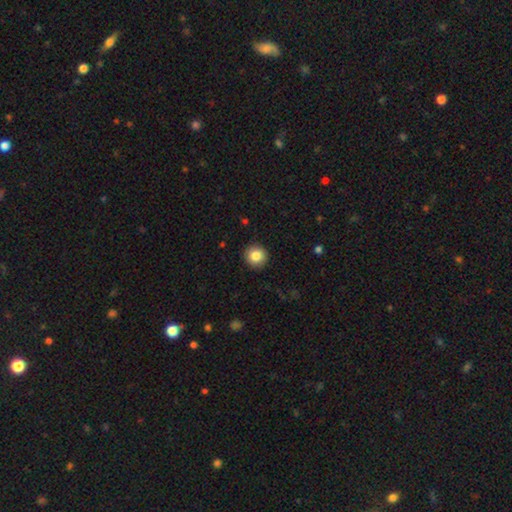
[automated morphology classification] A smooth galaxy with no disk features (85%) that is round (94%). Merging: none (92%).